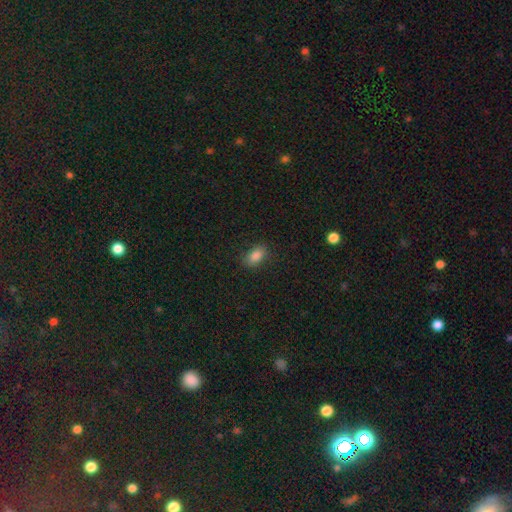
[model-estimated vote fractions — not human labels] This is clearly a smooth galaxy (85%). How rounded: clearly in between (87%). Merging: clearly none (84%).